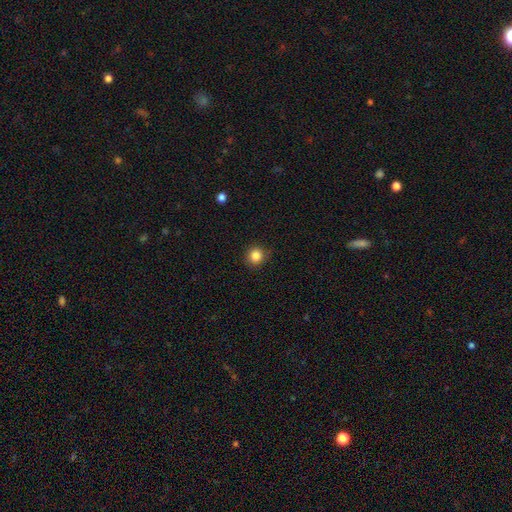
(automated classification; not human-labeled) Smooth or featured? Predicted: smooth (p=0.85). How rounded? Predicted: round (p=0.89). Merging? Predicted: none (p=0.89).